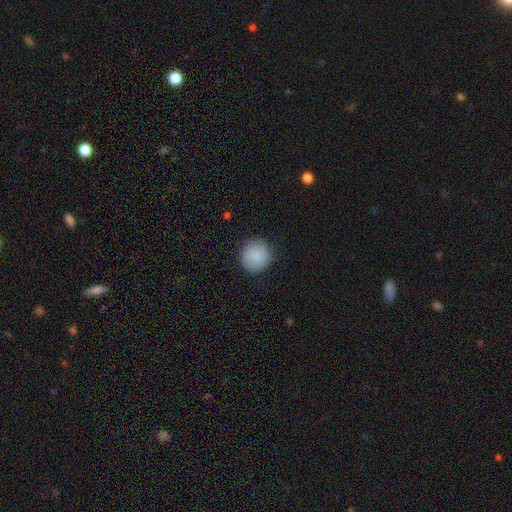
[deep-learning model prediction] smooth 88%, star or artifact 7%, featured or disk 5%. Down the decision tree: how rounded — round (92%); merging — none (88%).